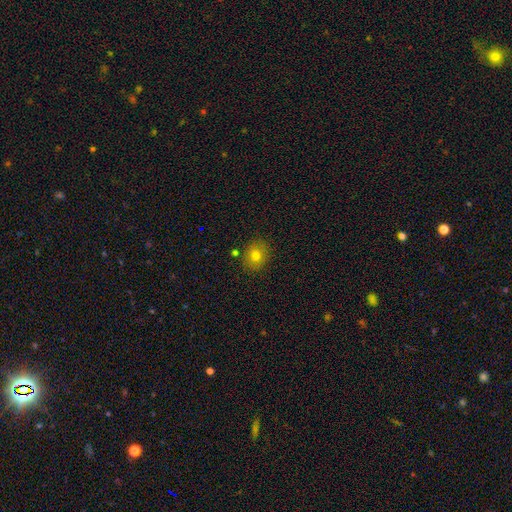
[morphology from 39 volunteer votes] smooth 79%, featured or disk 15%, star or artifact 5%. Down the decision tree: how rounded — in between (55%); merging — none (84%).